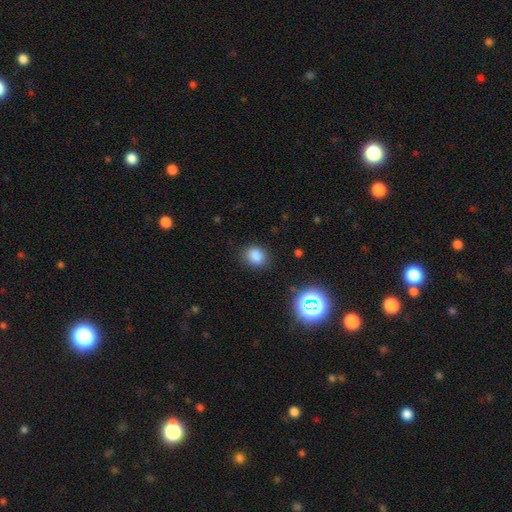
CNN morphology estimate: smooth_or_featured: smooth (p=0.81) [alt: star or artifact p=0.14]
how_rounded: round (p=0.62) [alt: in between p=0.37]
merging: none (p=0.85) [alt: minor disturbance p=0.10]